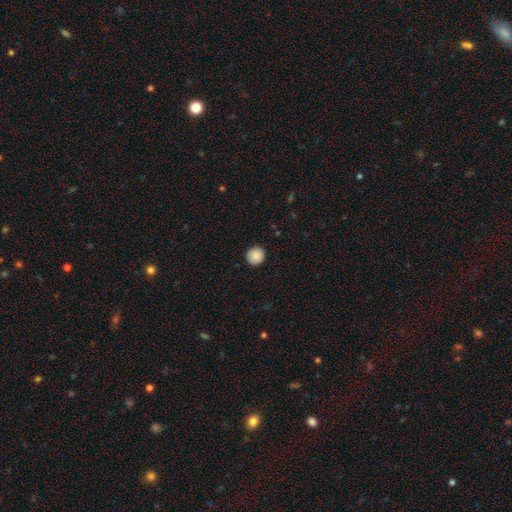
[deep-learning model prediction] The model was most divided on "smooth or featured": smooth: 89%, star or artifact: 8%, featured or disk: 3%. More confident: how rounded — round (94%); merging — none (91%).